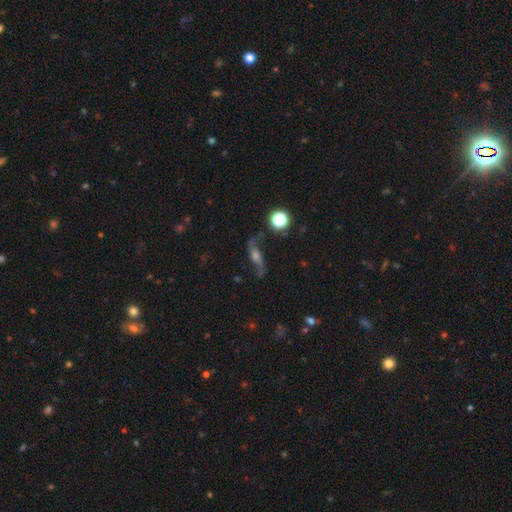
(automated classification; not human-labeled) Smooth or featured?
  - featured or disk: 74% *
  - smooth: 13%
  - star or artifact: 12%
Edge-on disk?
  - no: 75% *
  - yes: 25%
Bar?
  - no: 56% *
  - weak: 30%
  - strong: 13%
Spiral arms?
  - yes: 94% *
  - no: 6%
Spiral winding?
  - loose: 85% *
  - medium: 12%
  - tight: 4%
Spiral arm count?
  - 2: 92% *
  - can't tell: 3%
  - 1: 2%
  - 3: 1%
  - 4: 1%
  - more than 4: 1%
Bulge size?
  - moderate: 43% *
  - small: 28%
  - large: 15%
  - none: 10%
  - dominant: 4%
Merging?
  - none: 72% *
  - minor disturbance: 16%
  - major disturbance: 8%
  - merger: 3%